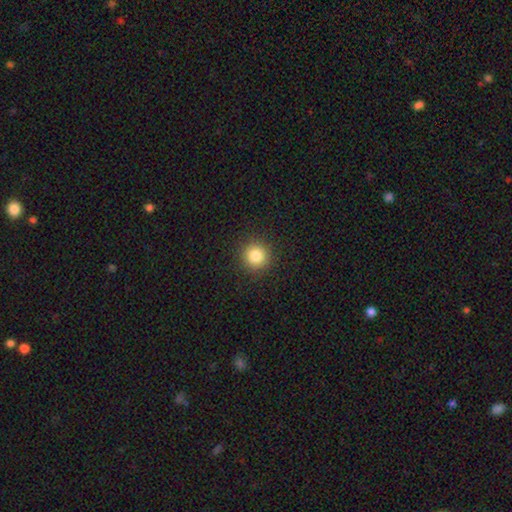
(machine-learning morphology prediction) Q: Smooth or featured?
A: smooth (84%); runner-up: star or artifact (11%)
Q: How rounded?
A: round (95%); runner-up: in between (4%)
Q: Merging?
A: none (92%); runner-up: minor disturbance (5%)